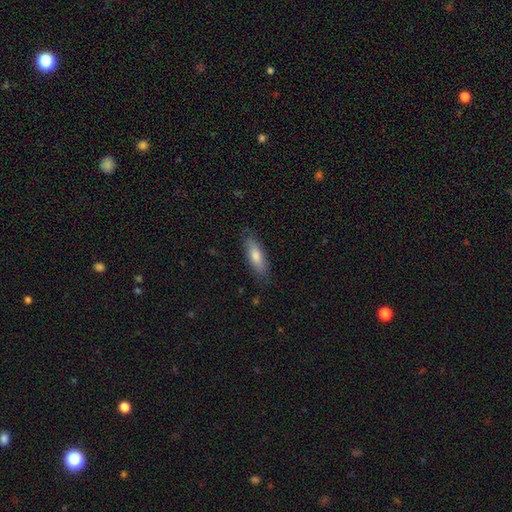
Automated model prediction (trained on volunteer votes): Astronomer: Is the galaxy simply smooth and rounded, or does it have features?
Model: smooth — 73%.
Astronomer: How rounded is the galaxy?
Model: in between — 50% (runner-up: cigar-shaped, 48%).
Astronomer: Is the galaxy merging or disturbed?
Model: none — 82%.